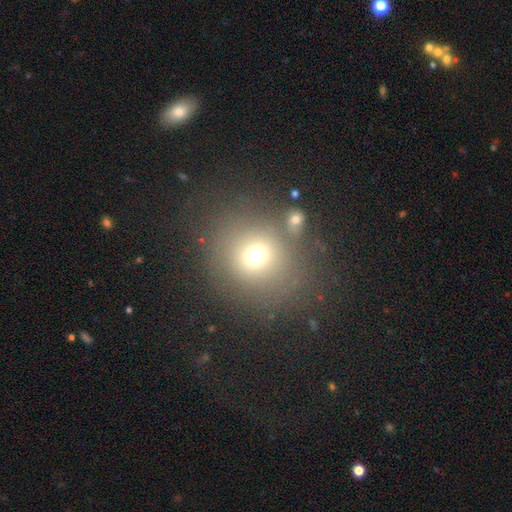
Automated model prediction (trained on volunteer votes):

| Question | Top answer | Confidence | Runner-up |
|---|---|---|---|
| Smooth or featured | smooth | 67% | star or artifact (19%) |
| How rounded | round | 83% | in between (16%) |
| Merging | none | 72% | minor disturbance (13%) |